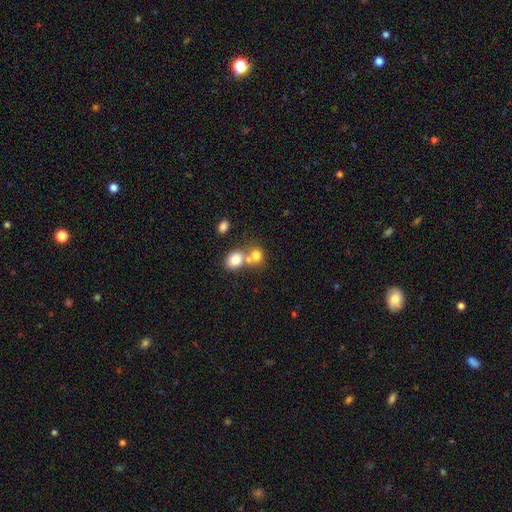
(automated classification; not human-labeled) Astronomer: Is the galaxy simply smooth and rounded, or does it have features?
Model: smooth — 77%.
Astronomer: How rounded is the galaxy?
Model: round — 63%.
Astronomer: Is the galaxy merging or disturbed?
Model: merger — 56% (runner-up: none, 34%).